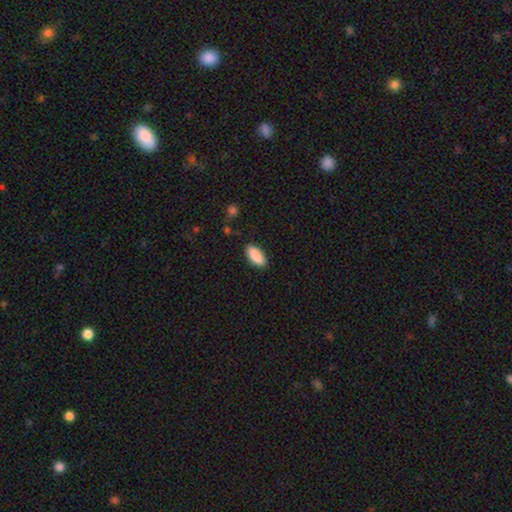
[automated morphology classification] Smooth or featured? smooth (90%)
How rounded? in between (88%)
Merging? none (88%)